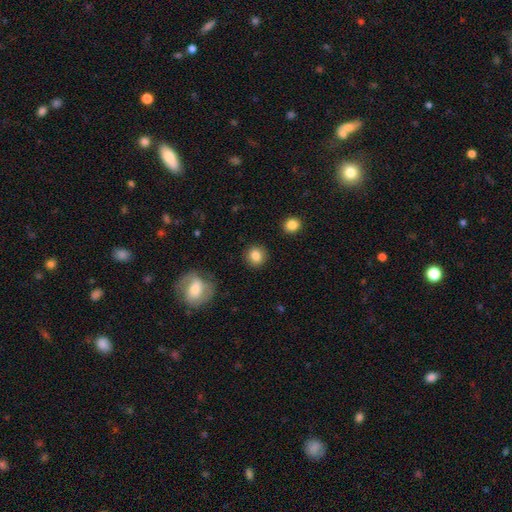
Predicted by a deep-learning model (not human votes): Morphology: type=smooth (85%); roundness=round (84%); merging=none (89%).